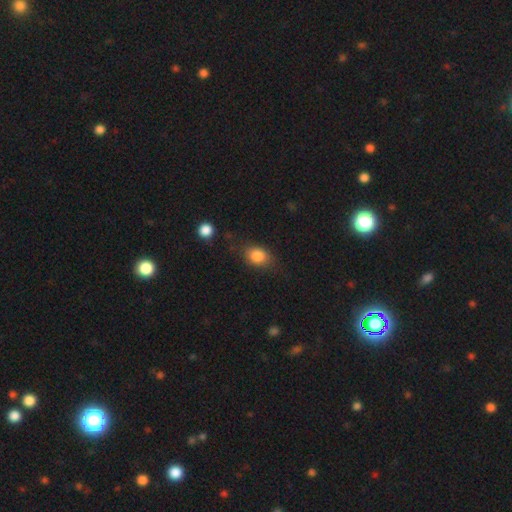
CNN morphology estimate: smooth-or-featured: smooth: 83% | star or artifact: 9% | featured or disk: 8%
  how-rounded: in between: 64% | round: 34% | cigar-shaped: 2%
  merging: none: 71% | minor disturbance: 20% | major disturbance: 7% | merger: 3%